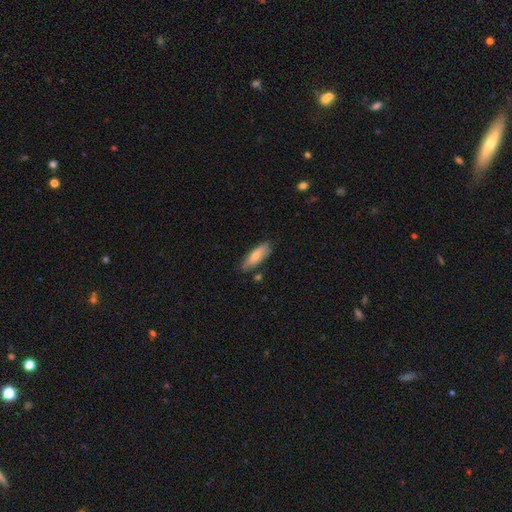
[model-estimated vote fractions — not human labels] This is likely a smooth galaxy (65%). How rounded: possibly in between (51%). Merging: likely none (78%).